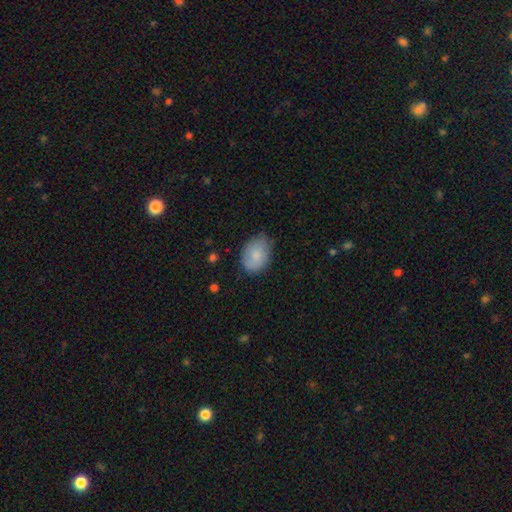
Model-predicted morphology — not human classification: Smooth or featured: smooth — 79% (featured or disk — 14%)
How rounded: in between — 77% (round — 22%)
Merging: none — 68% (minor disturbance — 26%)